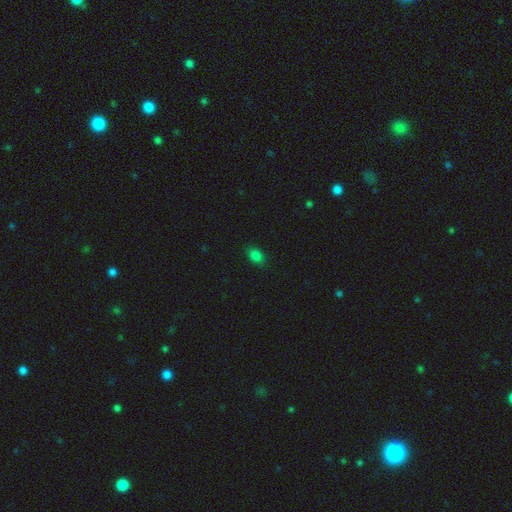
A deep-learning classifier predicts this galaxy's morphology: Overall: smooth (82%). How rounded: in between (78%). Merging: none (87%).